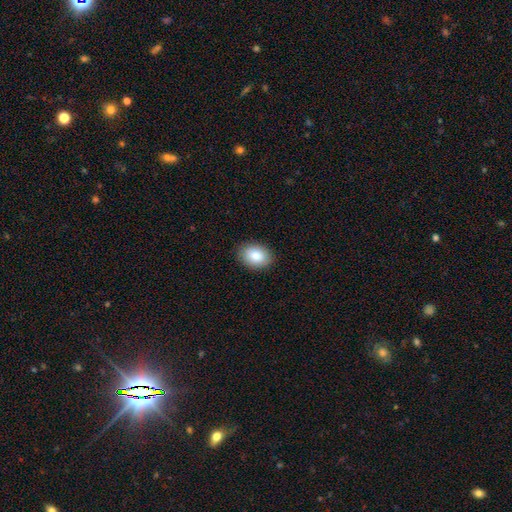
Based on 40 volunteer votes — smooth-or-featured: smooth: 88% | star or artifact: 10% | featured or disk: 2%
  how-rounded: in between: 80% | round: 20% | cigar-shaped: 0%
  merging: none: 92% | minor disturbance: 6% | major disturbance: 3% | merger: 0%